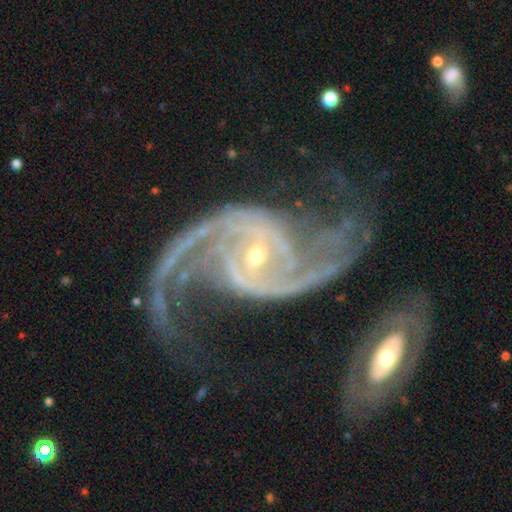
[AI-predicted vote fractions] Smooth or featured? featured or disk (93%)
Edge-on disk? no (98%)
Bar? weak (37%)
Spiral arms? yes (98%)
Spiral winding? loose (50%)
Spiral arm count? 2 (89%)
Bulge size? small (67%)
Merging? none (49%)